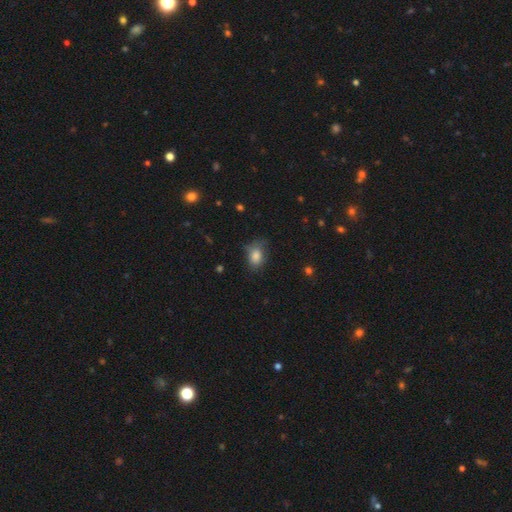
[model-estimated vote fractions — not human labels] Overall: smooth (83%). How rounded: in between (77%). Merging: none (57%; minor disturbance 31%).